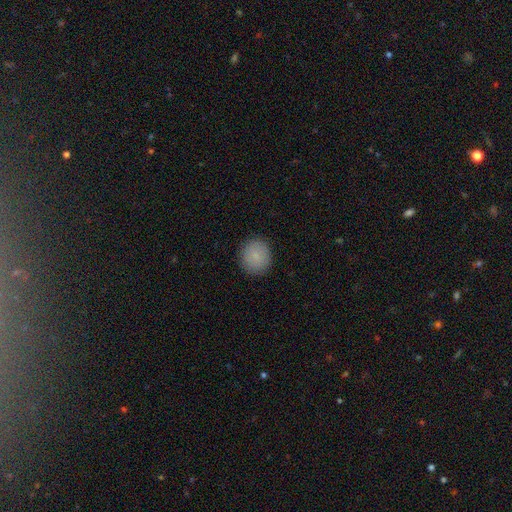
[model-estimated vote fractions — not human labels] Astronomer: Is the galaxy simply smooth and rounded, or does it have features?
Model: smooth — 87%.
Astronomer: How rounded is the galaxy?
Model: round — 84%.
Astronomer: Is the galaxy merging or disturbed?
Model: none — 89%.